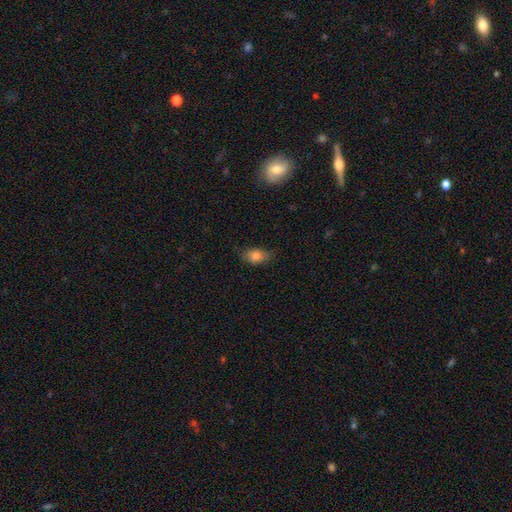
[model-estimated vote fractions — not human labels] Smooth or featured? smooth (82%)
How rounded? in between (86%)
Merging? none (78%)